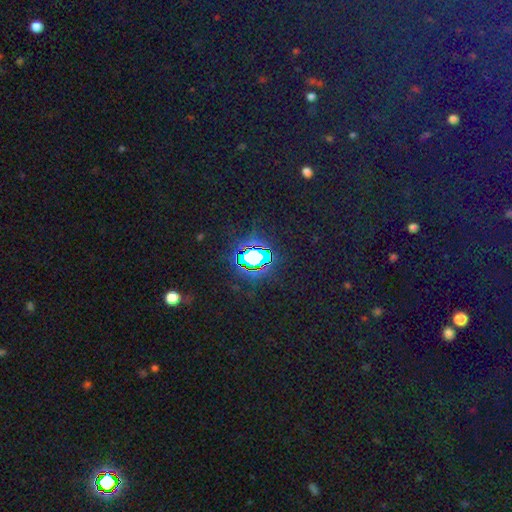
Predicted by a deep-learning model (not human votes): A star or artifact, not a galaxy (76%).